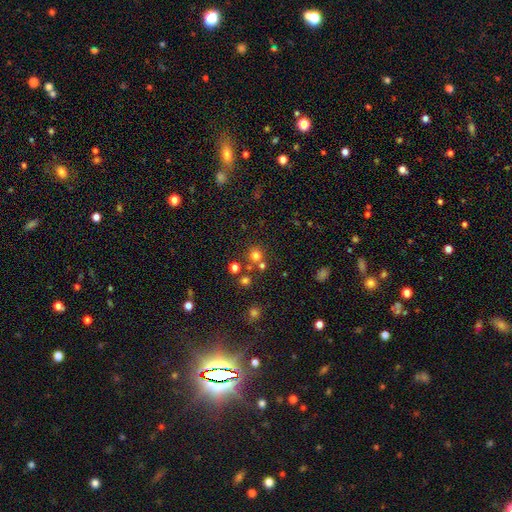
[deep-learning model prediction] Smooth or featured?
  - smooth: 72% *
  - star or artifact: 21%
  - featured or disk: 8%
How rounded?
  - round: 91% *
  - in between: 8%
  - cigar-shaped: 1%
Merging?
  - none: 73% *
  - merger: 16%
  - minor disturbance: 8%
  - major disturbance: 3%